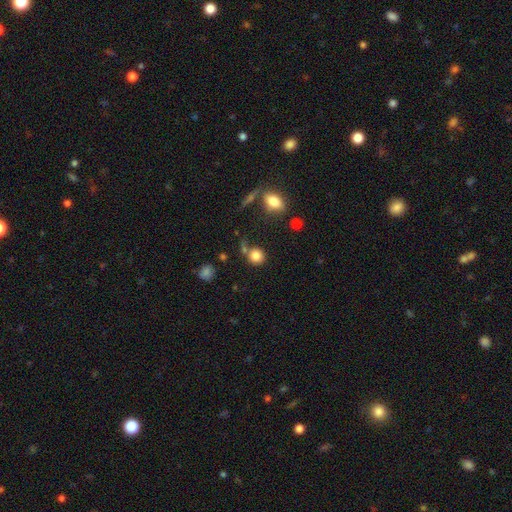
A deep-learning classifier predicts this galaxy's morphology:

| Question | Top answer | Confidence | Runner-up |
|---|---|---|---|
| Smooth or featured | smooth | 82% | star or artifact (12%) |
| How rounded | round | 87% | in between (12%) |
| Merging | none | 66% | merger (16%) |